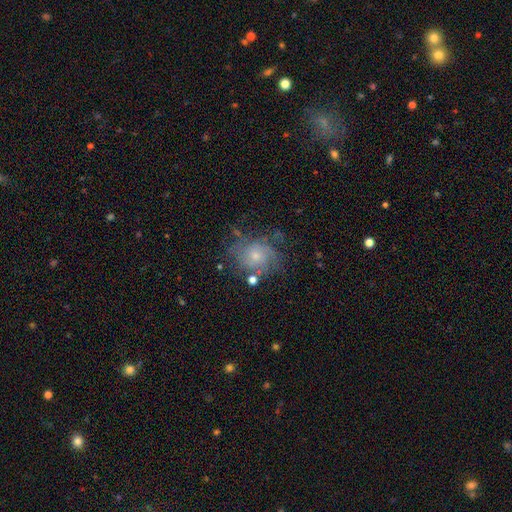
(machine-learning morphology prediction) Smooth or featured? featured or disk (56%)
Edge-on disk? no (97%)
Bar? no (82%)
Spiral arms? yes (74%)
Bulge size? small (55%)
Merging? none (57%)